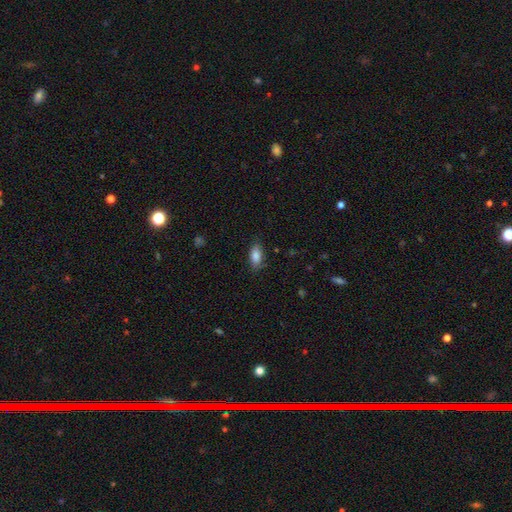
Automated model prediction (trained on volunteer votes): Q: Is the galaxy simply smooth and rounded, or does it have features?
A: smooth — 84%.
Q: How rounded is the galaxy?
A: in between — 86%.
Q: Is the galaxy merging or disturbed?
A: none — 80%.